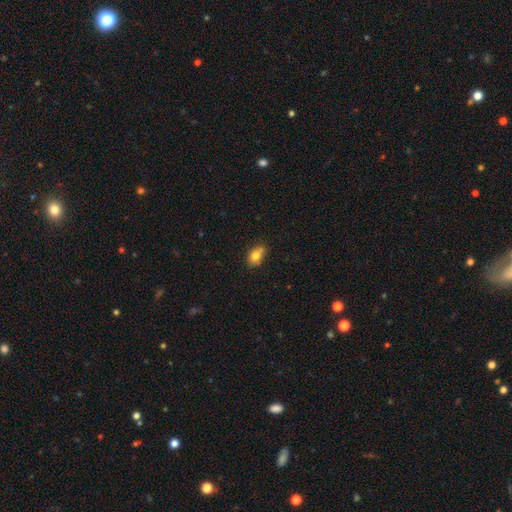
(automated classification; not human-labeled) Morphology: type=smooth (77%); roundness=in between (77%); merging=none (61%).